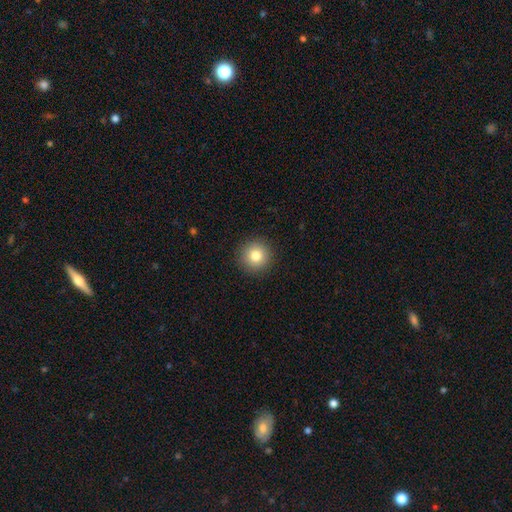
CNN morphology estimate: type=smooth (81%); roundness=round (95%); merging=none (92%).